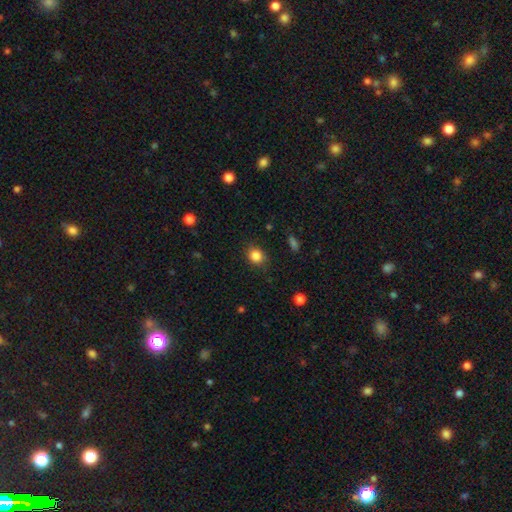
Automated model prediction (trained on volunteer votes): Smooth or featured: smooth — 84% (star or artifact — 11%)
How rounded: round — 66% (in between — 33%)
Merging: none — 85% (minor disturbance — 11%)